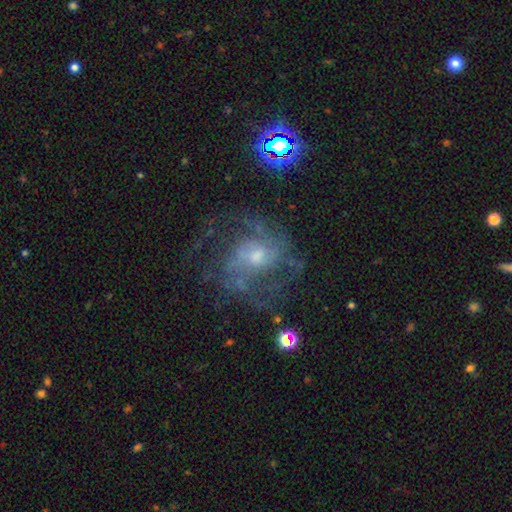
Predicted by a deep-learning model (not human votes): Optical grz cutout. It shows a featured or disk galaxy (76%) with no bar (59%), 2 (36%) medium (49%) spiral arms (84%) and a small central bulge (47%). Merging: none (59%).